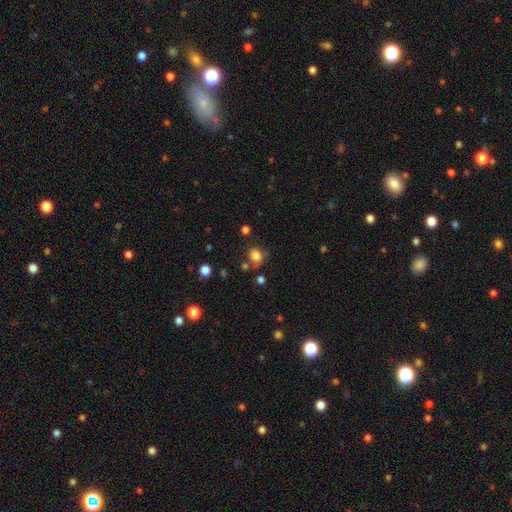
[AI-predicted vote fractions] The model was most divided on "how rounded": round: 61%, in between: 38%, cigar-shaped: 1%. More confident: smooth or featured — smooth (81%); merging — none (68%).